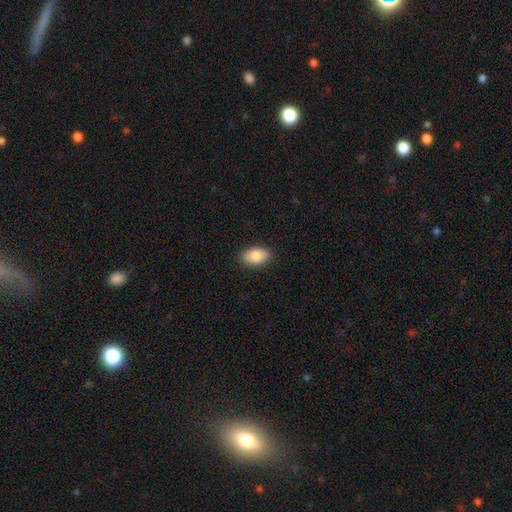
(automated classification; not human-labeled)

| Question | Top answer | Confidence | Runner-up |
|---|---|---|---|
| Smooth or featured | smooth | 85% | featured or disk (8%) |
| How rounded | in between | 92% | round (7%) |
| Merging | none | 88% | minor disturbance (9%) |